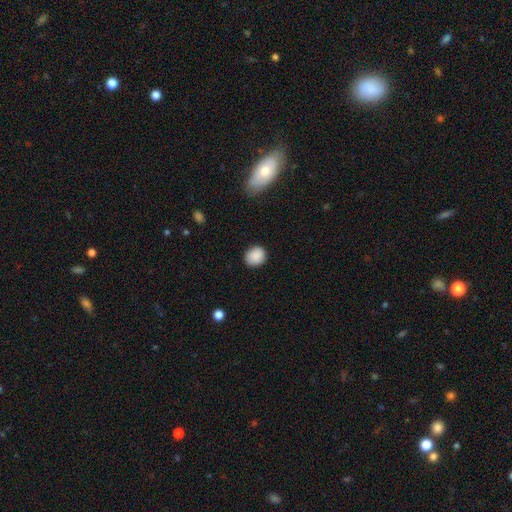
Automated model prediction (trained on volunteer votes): Overall: smooth (88%). How rounded: round (73%). Merging: none (86%).